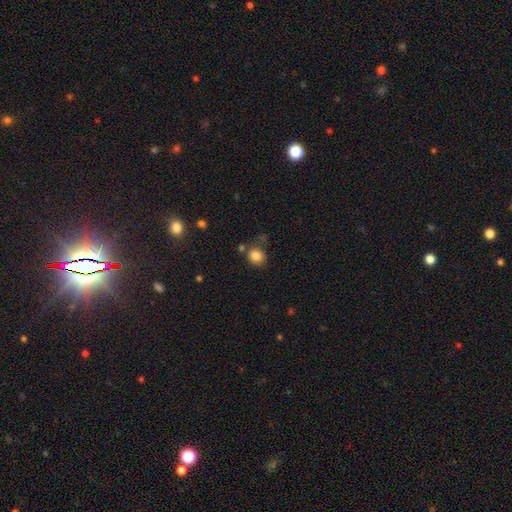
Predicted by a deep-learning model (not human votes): A smooth galaxy with no disk features (83%) that is round (81%). Merging: none (74%).